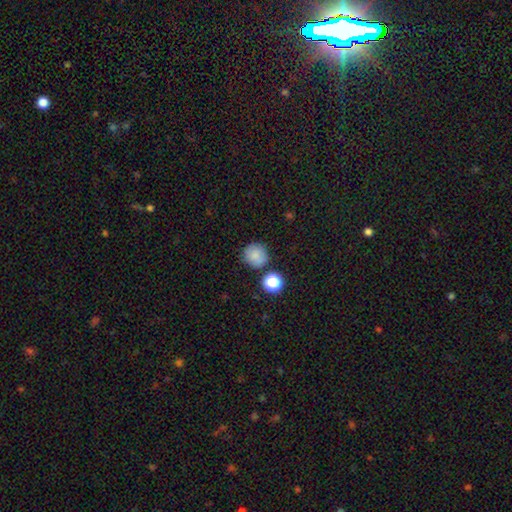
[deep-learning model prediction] Q: Smooth or featured?
A: smooth (81%); runner-up: star or artifact (12%)
Q: How rounded?
A: round (91%); runner-up: in between (8%)
Q: Merging?
A: none (76%); runner-up: minor disturbance (13%)